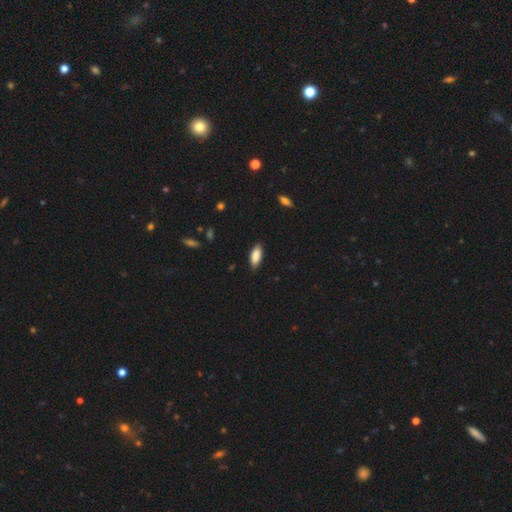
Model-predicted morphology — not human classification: A smooth galaxy with no disk features (87%) that is in between round and cigar-shaped (80%).

Vote fractions:
- Smooth or featured? smooth: 87% / featured or disk: 7% / star or artifact: 6%
- How rounded? in between: 80% / cigar-shaped: 18% / round: 2%
- Merging? none: 84% / minor disturbance: 12% / major disturbance: 2% / merger: 1%